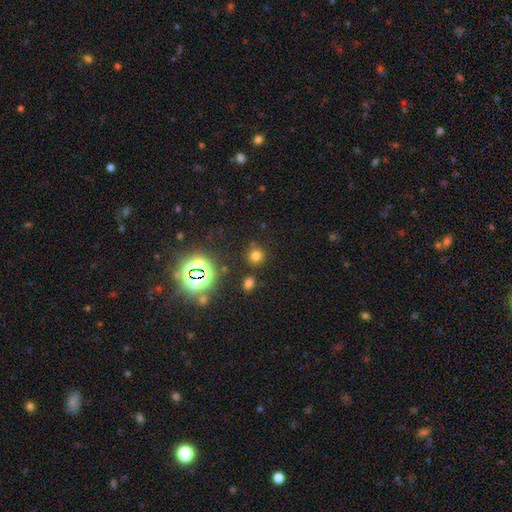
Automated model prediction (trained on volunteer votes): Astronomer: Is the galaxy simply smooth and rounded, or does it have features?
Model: smooth — 68%.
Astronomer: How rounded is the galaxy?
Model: round — 90%.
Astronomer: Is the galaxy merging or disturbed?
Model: none — 80%.